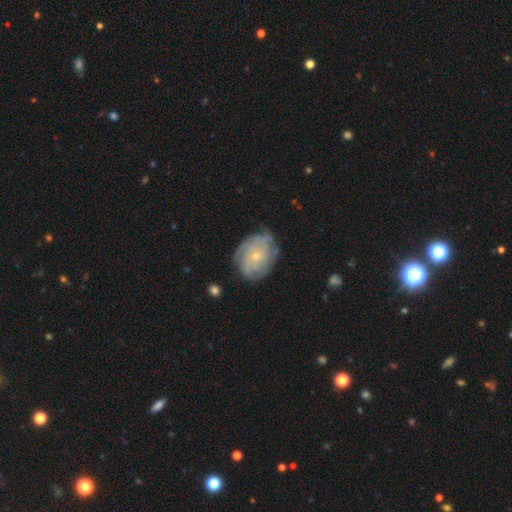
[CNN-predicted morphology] This is likely a featured or disk galaxy (73%). It is clearly not viewed edge-on (97%). Bar: clearly no (81%). Spiral arm pattern: clearly yes (91%). Spiral arm count: marginally can't tell (41%). Spiral winding: likely tight (65%). Central bulge: likely small (75%). Merging: likely none (74%).